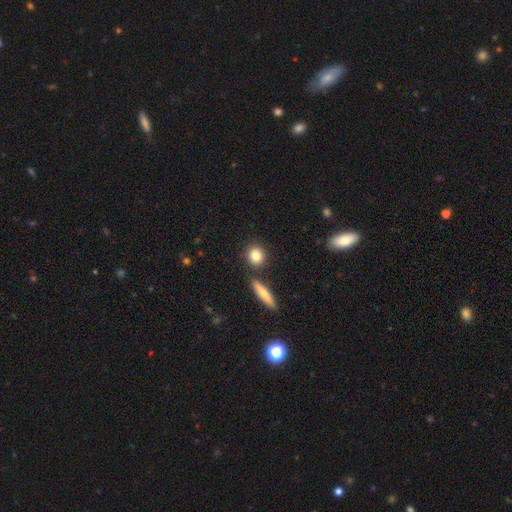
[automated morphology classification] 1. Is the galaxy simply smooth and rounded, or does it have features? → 84% smooth, 9% featured or disk, 8% star or artifact.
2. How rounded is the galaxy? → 72% round, 23% in between, 5% cigar-shaped.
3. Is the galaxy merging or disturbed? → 81% none, 8% minor disturbance, 8% merger, 2% major disturbance.